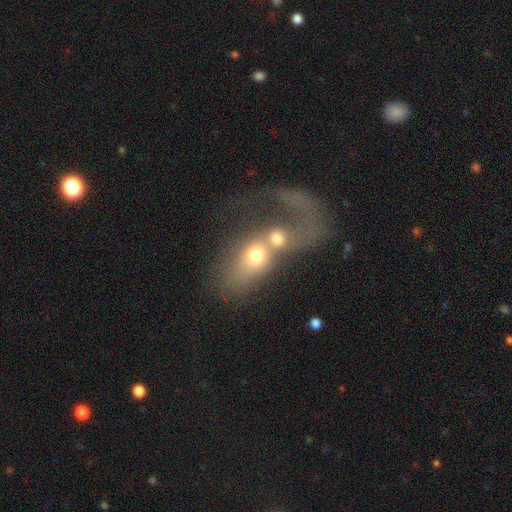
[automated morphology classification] Q: Smooth or featured?
A: smooth (50%); runner-up: featured or disk (40%)
Q: Merging?
A: merger (75%); runner-up: major disturbance (15%)